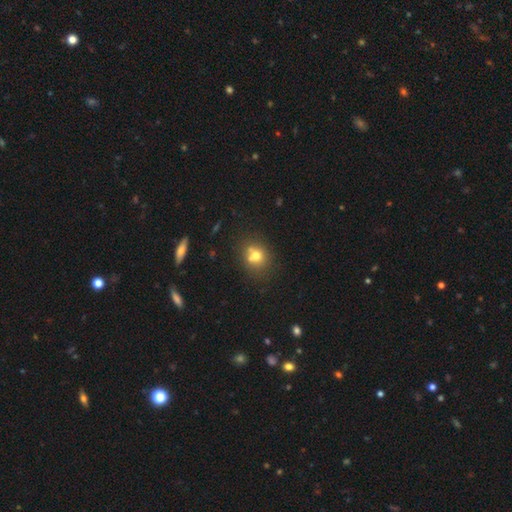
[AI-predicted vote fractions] smooth-or-featured: smooth: 68% | featured or disk: 18% | star or artifact: 14%
  how-rounded: round: 73% | in between: 25% | cigar-shaped: 1%
  merging: none: 54% | merger: 29% | minor disturbance: 13% | major disturbance: 4%